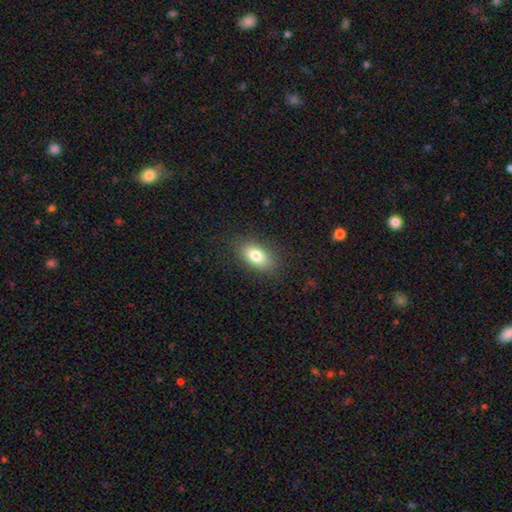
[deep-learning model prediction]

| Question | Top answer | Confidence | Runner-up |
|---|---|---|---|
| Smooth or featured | smooth | 81% | featured or disk (11%) |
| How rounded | in between | 89% | cigar-shaped (5%) |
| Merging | none | 86% | minor disturbance (10%) |